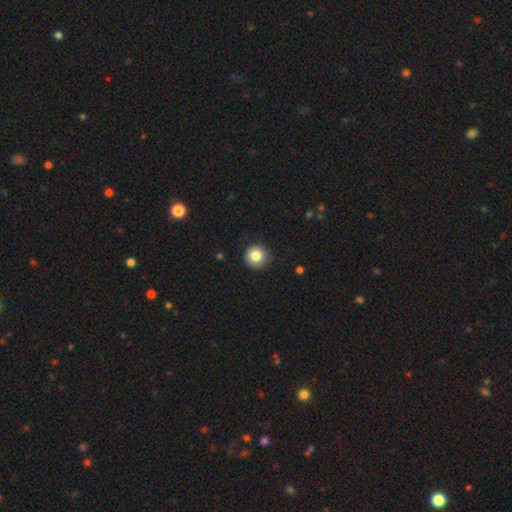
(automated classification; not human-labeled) Smooth or featured: smooth — 84% (star or artifact — 10%)
How rounded: round — 95% (in between — 4%)
Merging: none — 87% (minor disturbance — 10%)